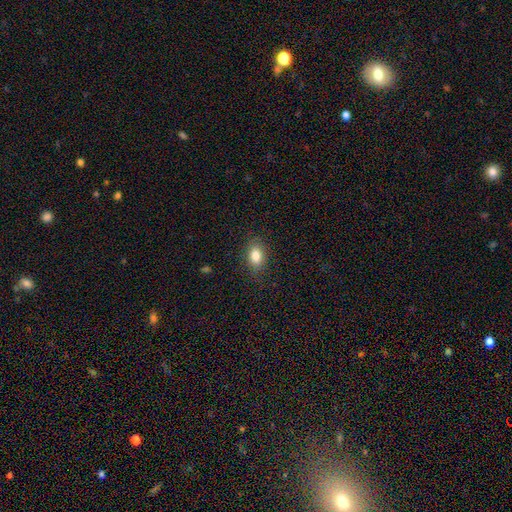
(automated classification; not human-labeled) A smooth galaxy with no disk features (84%) that is in between round and cigar-shaped (84%). Merging: none (85%).